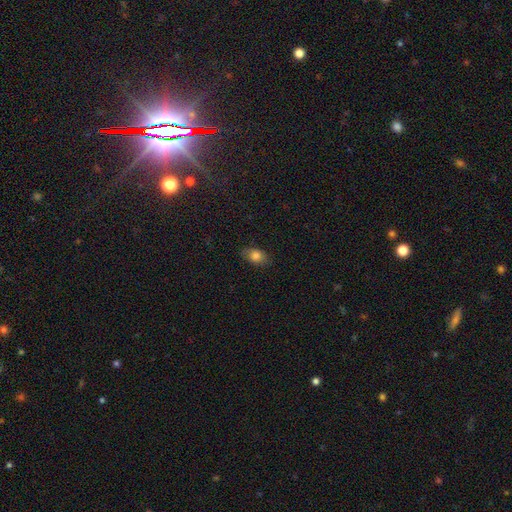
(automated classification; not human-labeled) Overall: smooth (81%). How rounded: in between (79%). Merging: none (79%).